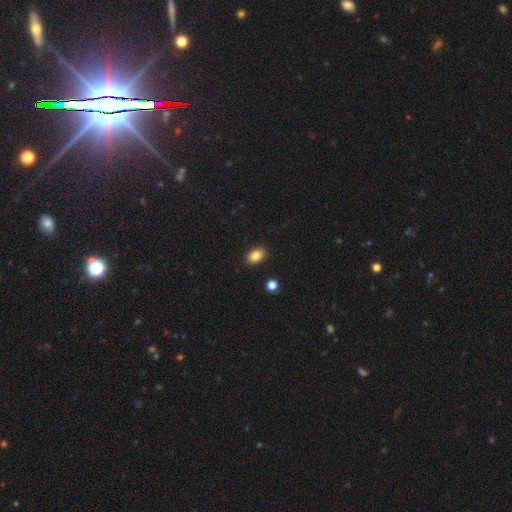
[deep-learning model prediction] Overall: smooth (84%). How rounded: in between (81%). Merging: none (88%).